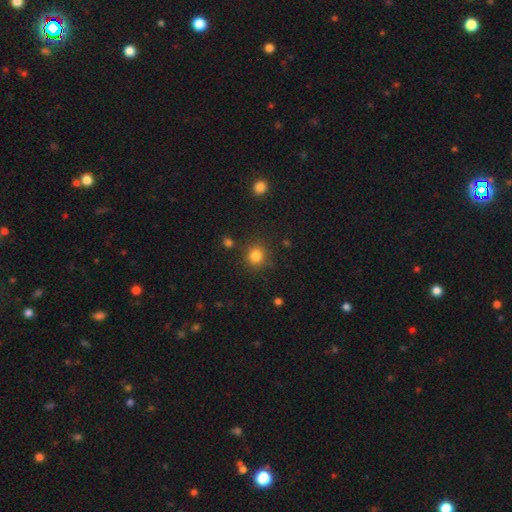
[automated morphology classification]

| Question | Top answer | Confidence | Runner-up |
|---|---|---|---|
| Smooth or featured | smooth | 82% | star or artifact (13%) |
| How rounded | round | 89% | in between (10%) |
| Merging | none | 84% | minor disturbance (9%) |